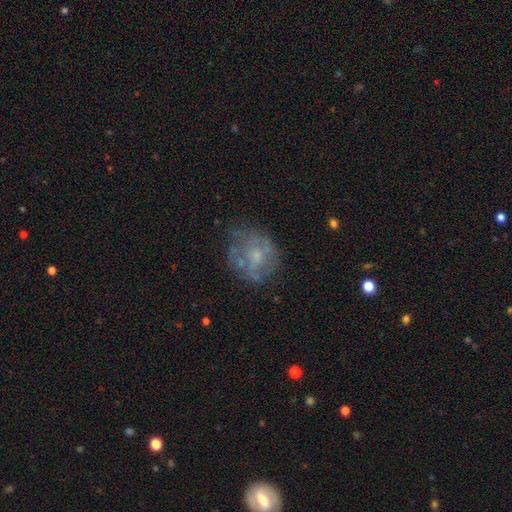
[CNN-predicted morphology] A featured or disk galaxy (54%) with no bar (81%), no spiral arms (62%) and a small central bulge (51%).

Vote fractions:
- Smooth or featured? featured or disk: 54% / smooth: 35% / star or artifact: 11%
- Edge-on disk? no: 97% / yes: 3%
- Bar? no: 81% / weak: 16% / strong: 3%
- Spiral arms? no: 62% / yes: 38%
- Bulge size? small: 51% / moderate: 30% / none: 16% / large: 2% / dominant: 1%
- Merging? none: 57% / minor disturbance: 23% / major disturbance: 17% / merger: 3%